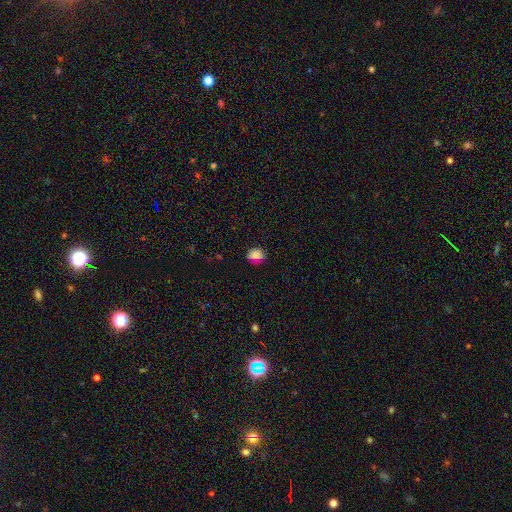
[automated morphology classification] Overall: smooth (80%). How rounded: round (75%). Merging: none (82%).